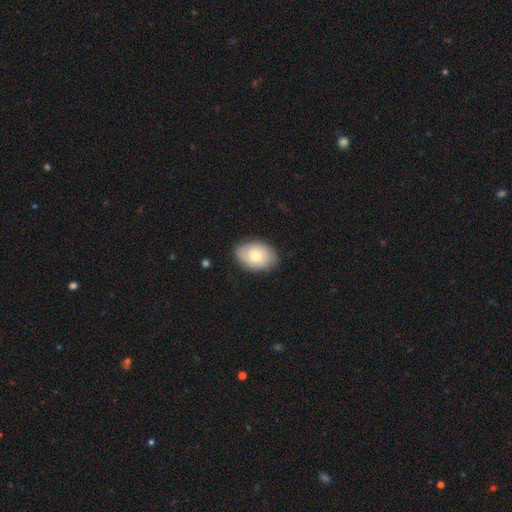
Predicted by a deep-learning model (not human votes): smooth_or_featured: smooth (p=0.67) [alt: featured or disk p=0.27]
how_rounded: in between (p=0.84) [alt: round p=0.15]
merging: none (p=0.81) [alt: minor disturbance p=0.15]